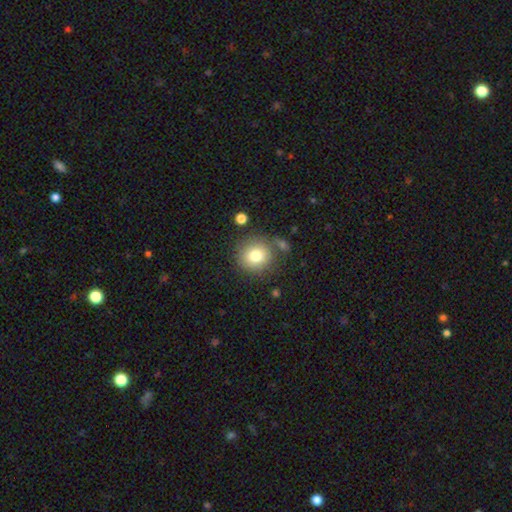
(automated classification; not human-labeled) Smooth or featured? smooth (79%)
How rounded? round (91%)
Merging? none (76%)